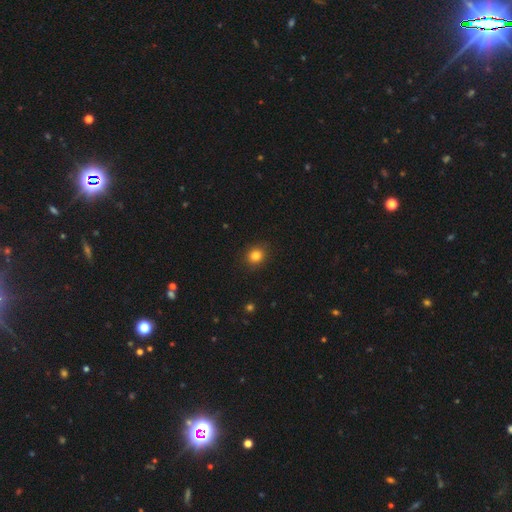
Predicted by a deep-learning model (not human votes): Smooth or featured? Predicted: smooth (p=0.83). How rounded? Predicted: round (p=0.76). Merging? Predicted: none (p=0.89).